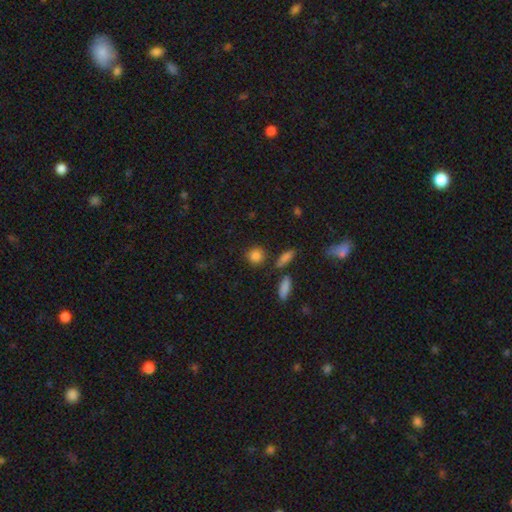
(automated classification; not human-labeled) This appears to be a smooth galaxy with no disk features (85%) that is round (83%). Merging: none (81%).